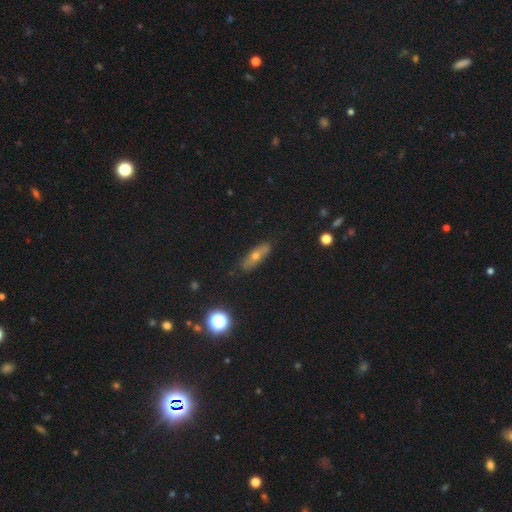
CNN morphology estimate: smooth_or_featured: smooth (p=0.49) [alt: featured or disk p=0.37]
merging: none (p=0.79) [alt: minor disturbance p=0.14]